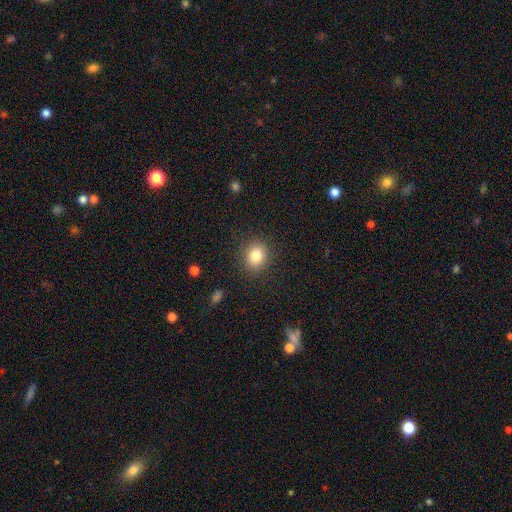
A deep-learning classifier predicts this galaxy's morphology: A smooth galaxy with no disk features (82%) that is round (76%). Merging: none (89%).